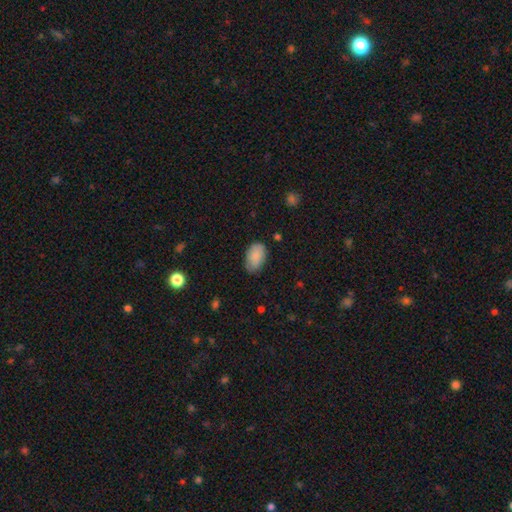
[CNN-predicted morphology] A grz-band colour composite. It shows a smooth galaxy with no disk features (86%) that is in between round and cigar-shaped (92%). Merging: none (75%).